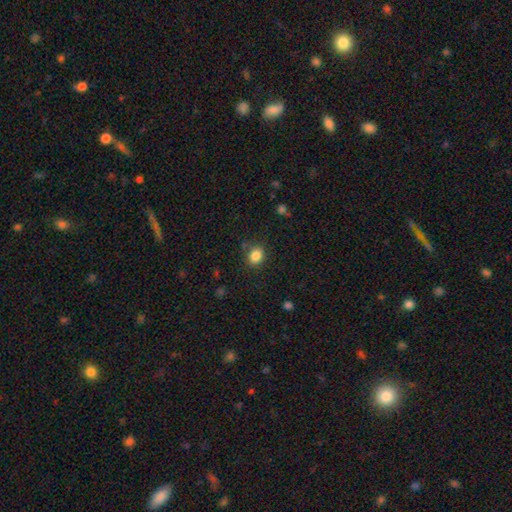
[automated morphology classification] smooth-or-featured: smooth: 85% | star or artifact: 11% | featured or disk: 5%
  how-rounded: round: 54% | in between: 45% | cigar-shaped: 1%
  merging: none: 83% | minor disturbance: 12% | major disturbance: 3% | merger: 2%